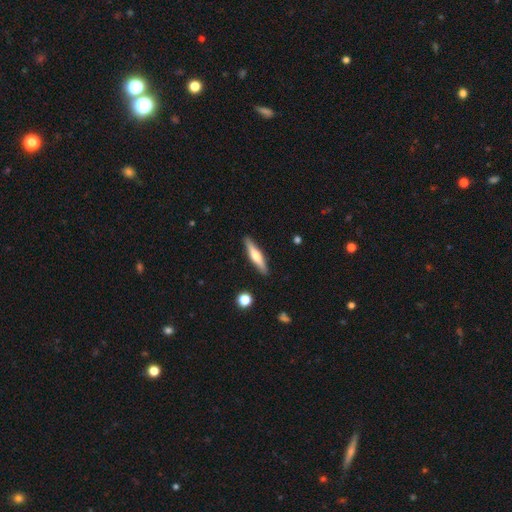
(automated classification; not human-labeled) Q: Smooth or featured?
A: featured or disk (48%); runner-up: smooth (46%)
Q: Merging?
A: none (90%); runner-up: minor disturbance (7%)